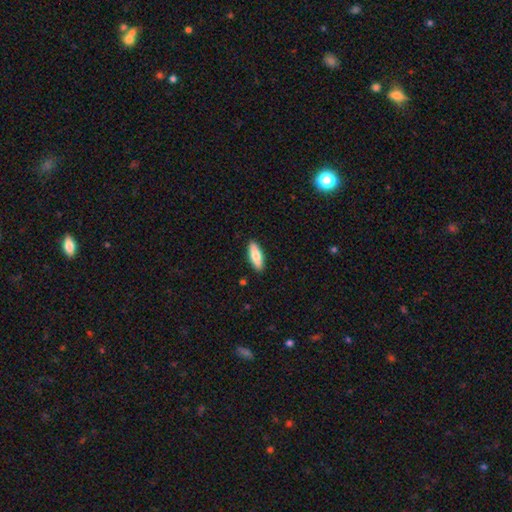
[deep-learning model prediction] Smooth or featured? smooth (74%)
How rounded? in between (54%)
Merging? none (90%)